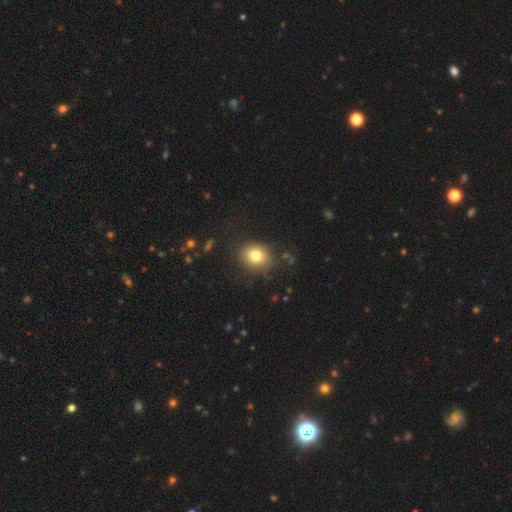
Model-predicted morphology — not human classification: smooth-or-featured: smooth: 78% | star or artifact: 12% | featured or disk: 10%
  how-rounded: round: 67% | in between: 32% | cigar-shaped: 1%
  merging: none: 85% | minor disturbance: 10% | major disturbance: 4% | merger: 2%